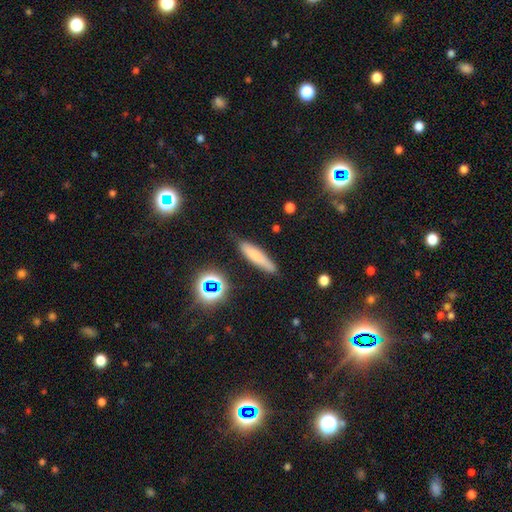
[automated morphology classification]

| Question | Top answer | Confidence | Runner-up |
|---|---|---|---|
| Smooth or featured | smooth | 72% | featured or disk (16%) |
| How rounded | cigar-shaped | 81% | in between (16%) |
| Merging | none | 81% | minor disturbance (13%) |